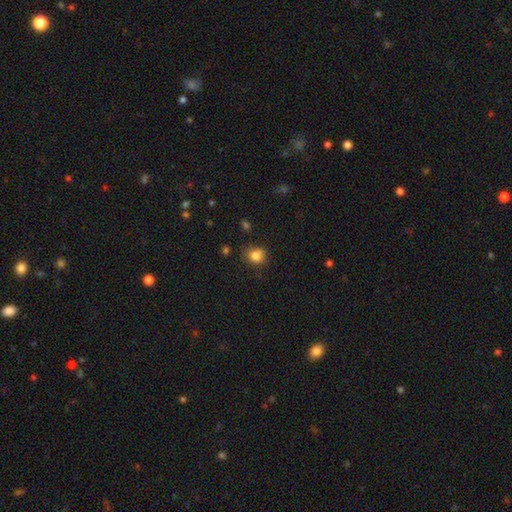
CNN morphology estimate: A smooth galaxy with no disk features (81%) that is round (69%).

Vote fractions:
- Smooth or featured? smooth: 81% / star or artifact: 11% / featured or disk: 8%
- How rounded? round: 69% / in between: 30% / cigar-shaped: 1%
- Merging? none: 63% / minor disturbance: 23% / merger: 8% / major disturbance: 7%